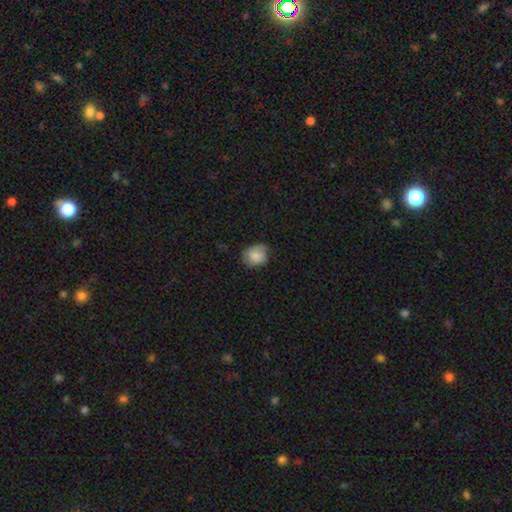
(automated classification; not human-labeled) This is clearly a smooth galaxy (85%). How rounded: likely round (64%). Merging: likely none (70%).